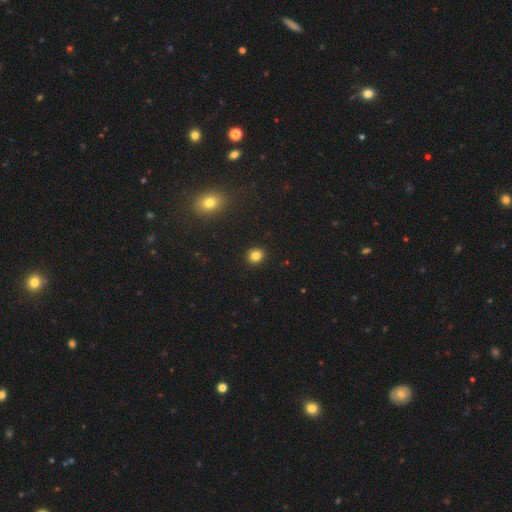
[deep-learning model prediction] smooth-or-featured: smooth: 83% | star or artifact: 12% | featured or disk: 6%
  how-rounded: round: 78% | in between: 21% | cigar-shaped: 1%
  merging: none: 92% | minor disturbance: 5% | major disturbance: 2% | merger: 1%